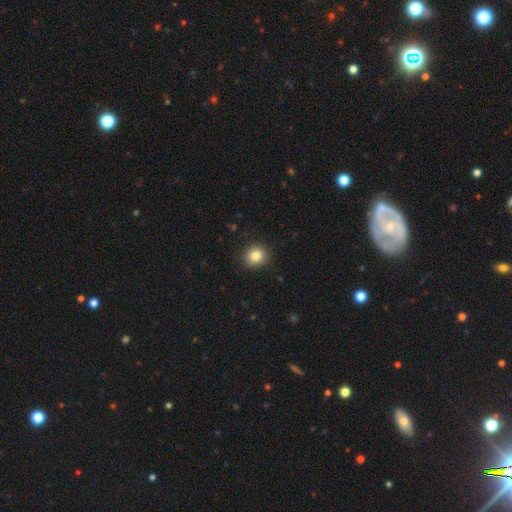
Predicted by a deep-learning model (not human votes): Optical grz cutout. It shows a smooth galaxy with no disk features (83%) that is round (86%). Merging: none (90%).